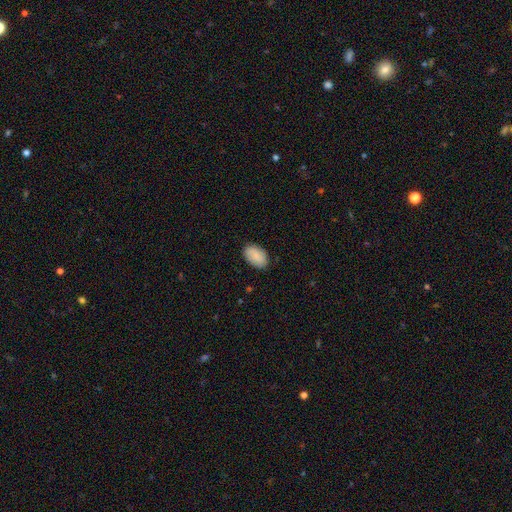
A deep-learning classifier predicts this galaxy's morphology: The model was most divided on "merging": none: 86%, minor disturbance: 11%, major disturbance: 2%, merger: 1%. More confident: how rounded — in between (93%); smooth or featured — smooth (88%).